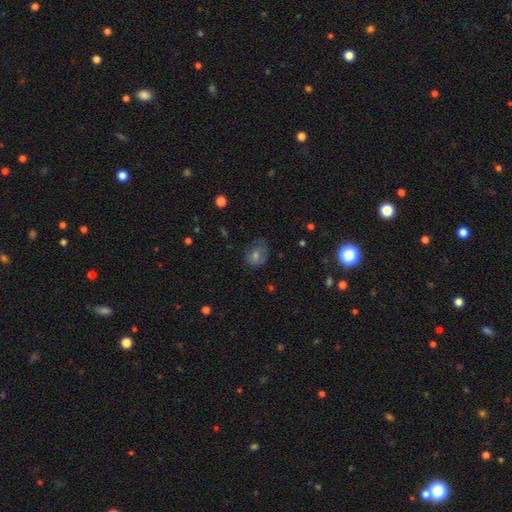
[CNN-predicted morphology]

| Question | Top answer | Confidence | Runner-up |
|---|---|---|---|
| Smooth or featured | smooth | 52% | featured or disk (30%) |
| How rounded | in between | 49% | tied: round (49%) |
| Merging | none | 61% | minor disturbance (25%) |